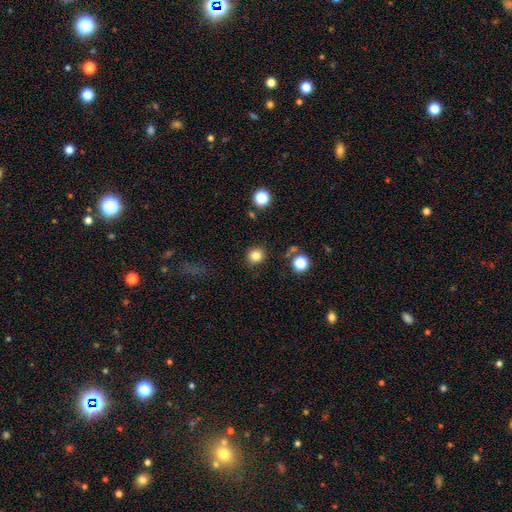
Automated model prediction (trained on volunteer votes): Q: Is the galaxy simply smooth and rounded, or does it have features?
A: smooth — 83%.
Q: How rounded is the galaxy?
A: round — 89%.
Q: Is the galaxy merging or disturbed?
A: none — 88%.